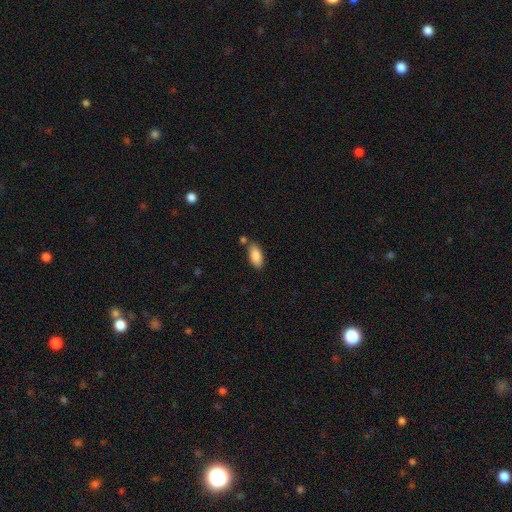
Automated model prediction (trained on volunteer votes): Morphology: type=smooth (87%); roundness=in between (90%); merging=none (76%).